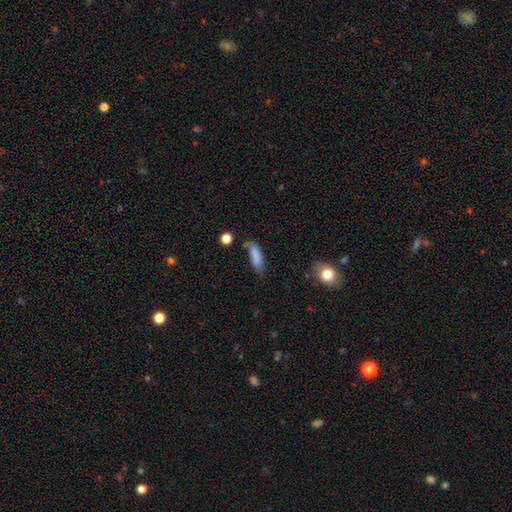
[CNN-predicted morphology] This is likely a smooth galaxy (79%). How rounded: possibly in between (56%). Merging: possibly none (46%).